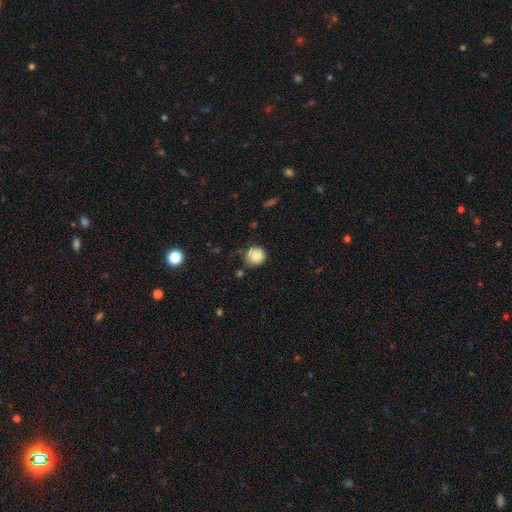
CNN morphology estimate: Smooth or featured? smooth (82%)
How rounded? round (90%)
Merging? none (73%)